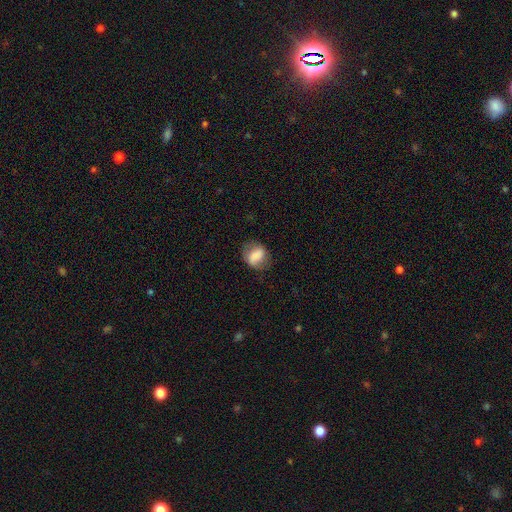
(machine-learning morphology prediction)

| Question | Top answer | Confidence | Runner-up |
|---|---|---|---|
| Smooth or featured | smooth | 70% | featured or disk (22%) |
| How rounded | in between | 54% | round (44%) |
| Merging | none | 66% | minor disturbance (22%) |